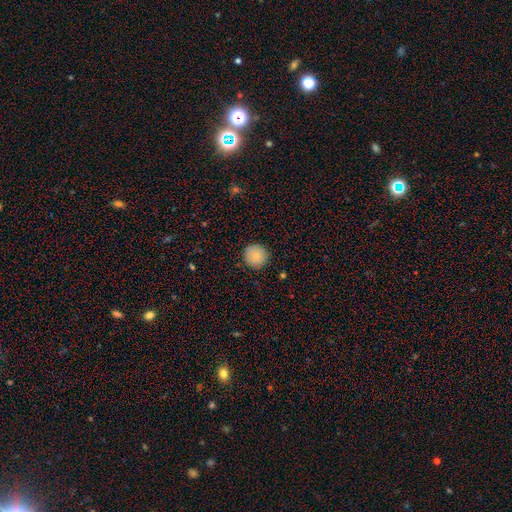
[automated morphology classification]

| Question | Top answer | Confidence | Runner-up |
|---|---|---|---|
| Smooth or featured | smooth | 82% | featured or disk (9%) |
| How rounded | round | 95% | in between (4%) |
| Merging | none | 90% | minor disturbance (7%) |